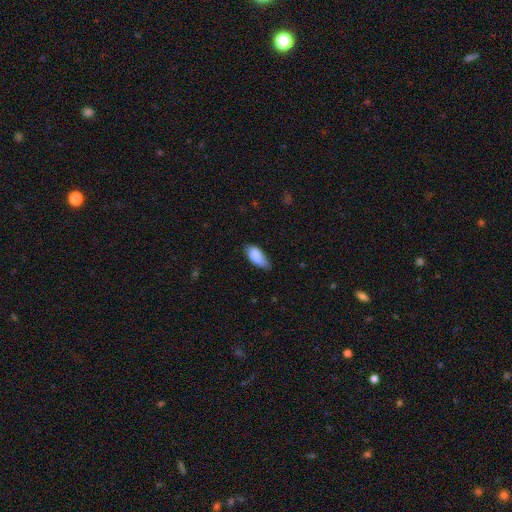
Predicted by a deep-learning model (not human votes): A smooth galaxy with no disk features (86%) that is in between round and cigar-shaped (88%).

Vote fractions:
- Smooth or featured? smooth: 86% / featured or disk: 7% / star or artifact: 7%
- How rounded? in between: 88% / cigar-shaped: 10% / round: 2%
- Merging? none: 55% / minor disturbance: 37% / major disturbance: 7% / merger: 2%